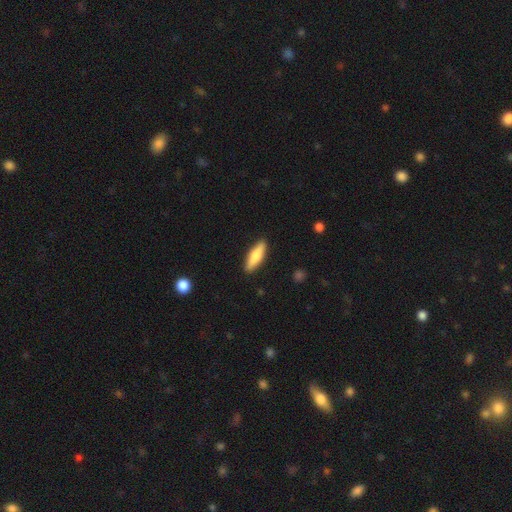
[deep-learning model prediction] Morphology: type=smooth (72%); roundness=cigar-shaped (59%); merging=none (89%).